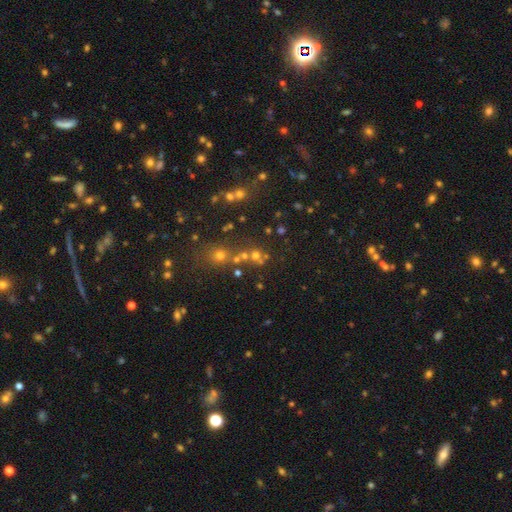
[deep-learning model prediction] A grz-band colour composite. It shows a smooth galaxy with no disk features (49%). Merging: none (62%).